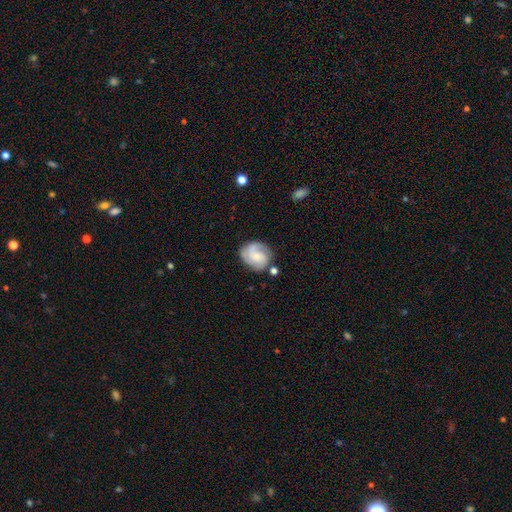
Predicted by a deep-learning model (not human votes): Morphology: type=featured or disk (66%); edge-on=no (98%); bar=no (67%); spiral arms=yes (93%); winding=tight (45%); arm count=3 (39%); bulge=small (46%); merging=none (68%).